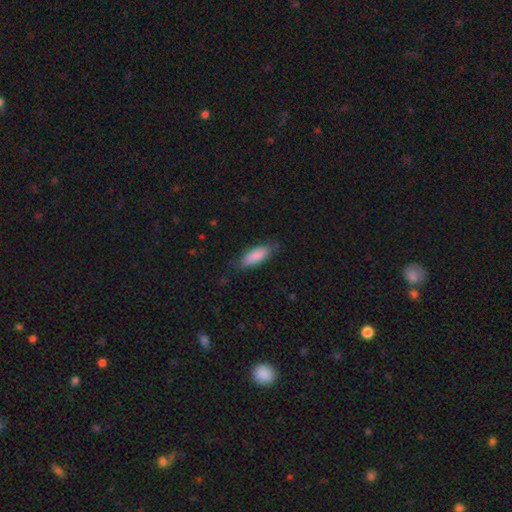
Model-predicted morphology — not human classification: Smooth or featured? smooth (86%)
How rounded? in between (70%)
Merging? none (77%)